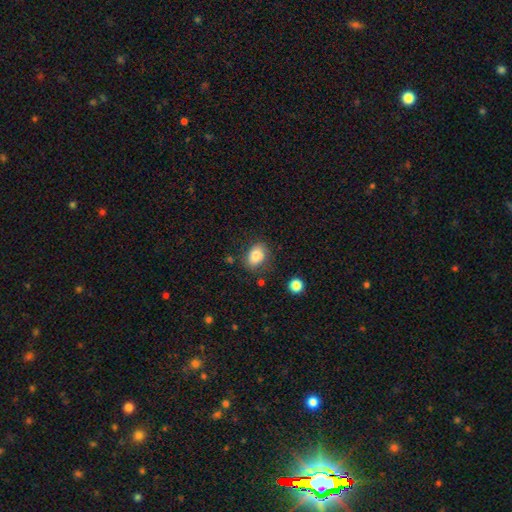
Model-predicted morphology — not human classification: Overall: smooth (82%). How rounded: in between (77%). Merging: none (78%).